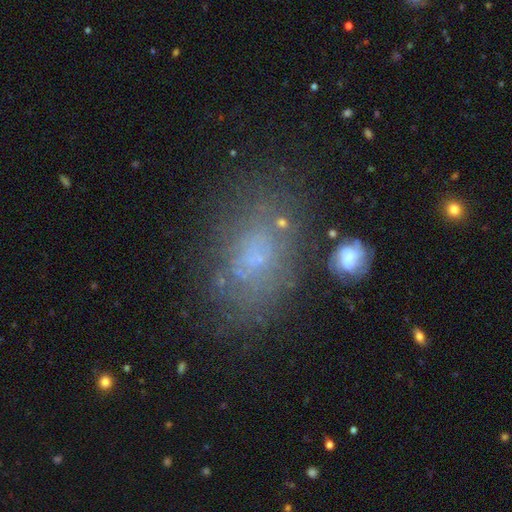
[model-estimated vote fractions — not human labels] Smooth or featured? Predicted: smooth (p=0.45). Merging? Predicted: none (p=0.67).